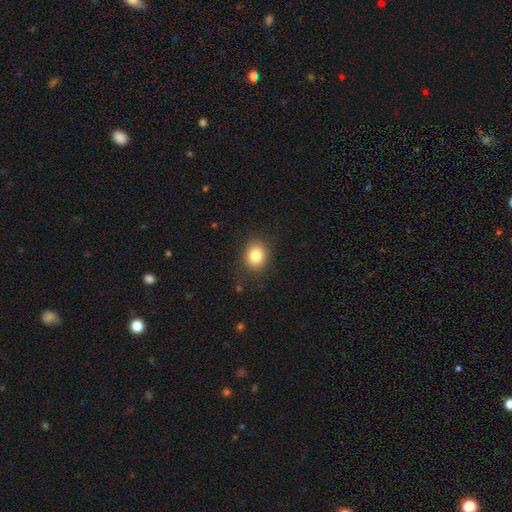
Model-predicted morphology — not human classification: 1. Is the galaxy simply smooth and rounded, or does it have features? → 83% smooth, 10% star or artifact, 7% featured or disk.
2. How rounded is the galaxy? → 59% round, 40% in between, 1% cigar-shaped.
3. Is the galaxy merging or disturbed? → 84% none, 11% minor disturbance, 3% major disturbance, 1% merger.